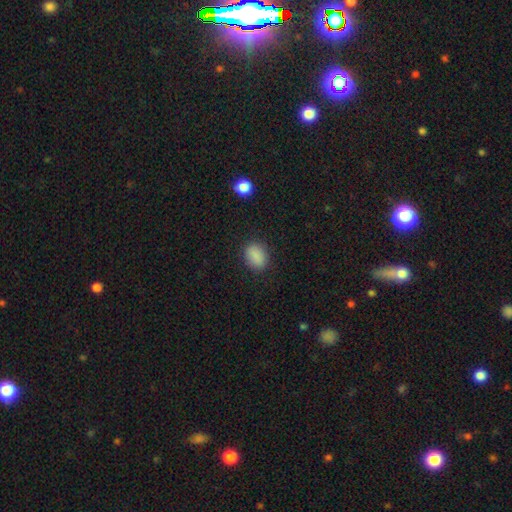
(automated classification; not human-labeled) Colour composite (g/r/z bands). It shows a smooth galaxy with no disk features (88%) that is in between round and cigar-shaped (69%). Merging: none (86%).